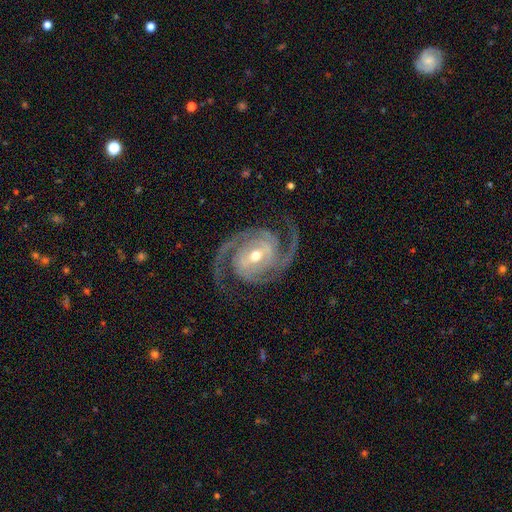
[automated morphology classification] type=featured or disk (94%); edge-on=no (98%); bar=weak (38%); spiral arms=yes (99%); winding=medium (48%); arm count=2 (79%); bulge=moderate (63%); merging=none (82%).